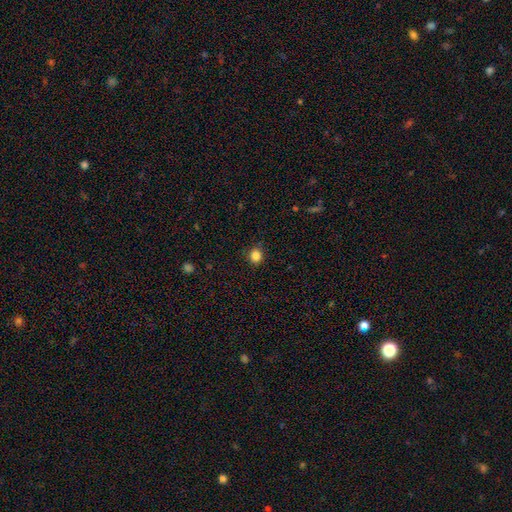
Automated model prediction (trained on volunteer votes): The model was most divided on "how rounded": round: 84%, in between: 15%, cigar-shaped: 1%. More confident: merging — none (89%); smooth or featured — smooth (85%).